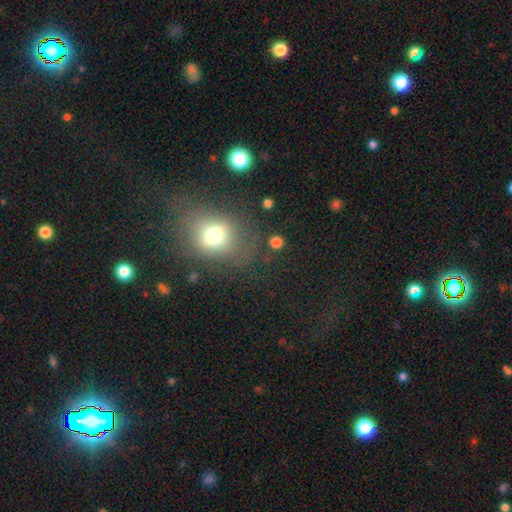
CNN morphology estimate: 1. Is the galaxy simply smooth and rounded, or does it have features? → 58% smooth, 29% star or artifact, 13% featured or disk.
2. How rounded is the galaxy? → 60% round, 38% in between, 2% cigar-shaped.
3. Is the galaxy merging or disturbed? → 74% none, 14% minor disturbance, 9% major disturbance, 3% merger.